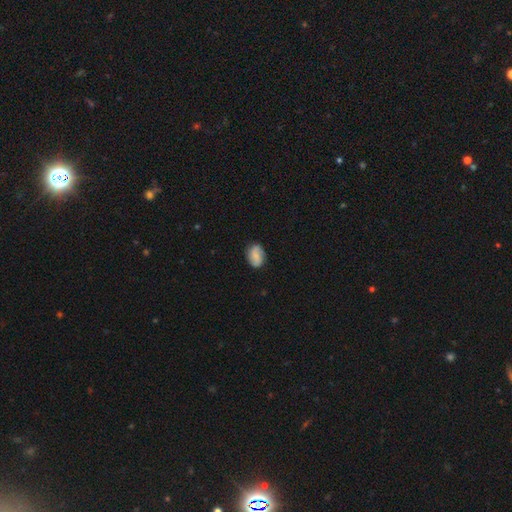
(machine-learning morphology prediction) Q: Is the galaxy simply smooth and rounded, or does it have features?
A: smooth — 57%.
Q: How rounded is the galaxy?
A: in between — 78%.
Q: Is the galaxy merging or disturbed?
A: none — 80%.